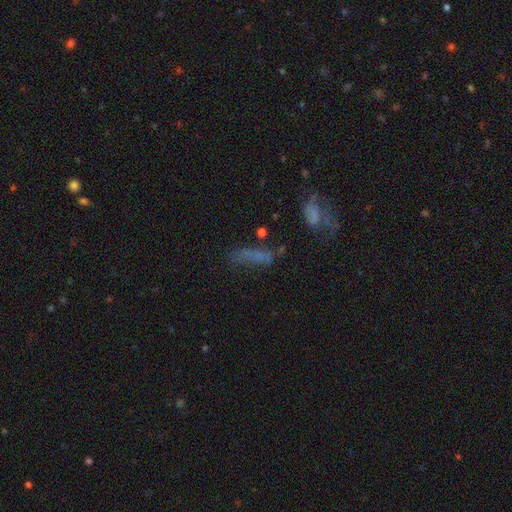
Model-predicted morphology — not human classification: smooth 56%, featured or disk 23%, star or artifact 21%. Down the decision tree: how rounded — cigar-shaped (49%); merging — none (43%).